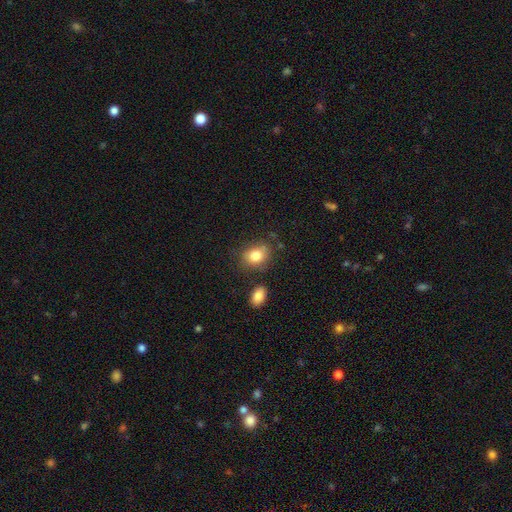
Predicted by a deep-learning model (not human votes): A smooth galaxy with no disk features (82%) that is in between round and cigar-shaped (59%).

Vote fractions:
- Smooth or featured? smooth: 82% / featured or disk: 9% / star or artifact: 9%
- How rounded? in between: 59% / round: 40% / cigar-shaped: 1%
- Merging? none: 71% / minor disturbance: 17% / merger: 7% / major disturbance: 5%